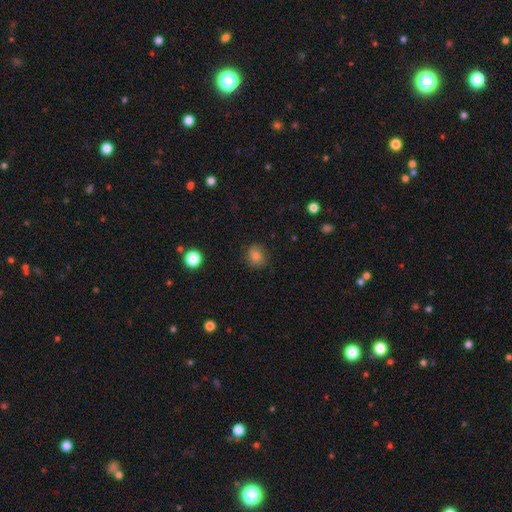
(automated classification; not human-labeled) This is clearly a smooth galaxy (82%). How rounded: likely round (71%). Merging: clearly none (82%).